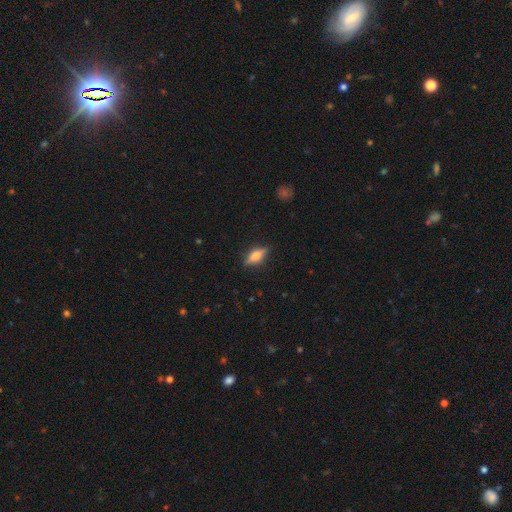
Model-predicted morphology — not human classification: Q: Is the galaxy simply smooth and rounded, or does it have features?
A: featured or disk — 54%.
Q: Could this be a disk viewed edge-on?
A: yes — 93%.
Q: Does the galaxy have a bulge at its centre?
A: rounded — 88%.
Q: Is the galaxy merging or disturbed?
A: none — 84%.